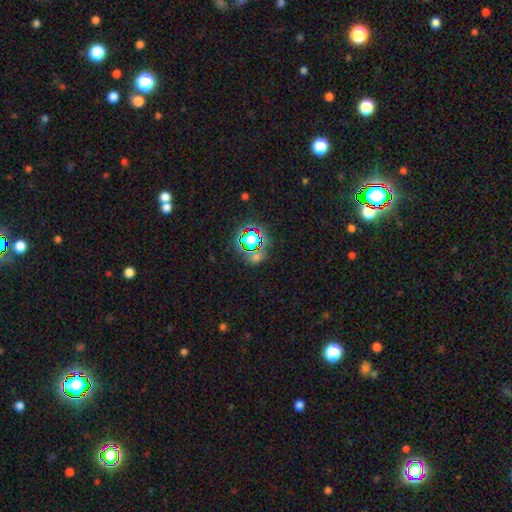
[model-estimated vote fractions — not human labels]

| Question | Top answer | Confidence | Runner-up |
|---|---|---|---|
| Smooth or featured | star or artifact | 72% | smooth (19%) |